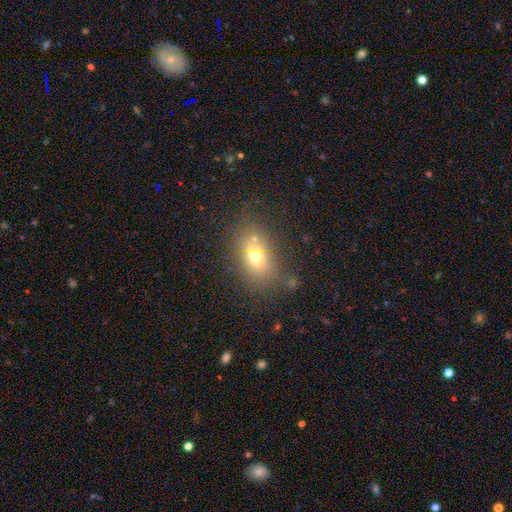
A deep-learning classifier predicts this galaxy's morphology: smooth_or_featured: smooth (p=0.64) [alt: star or artifact p=0.19]
how_rounded: in between (p=0.68) [alt: round p=0.29]
merging: none (p=0.73) [alt: minor disturbance p=0.14]